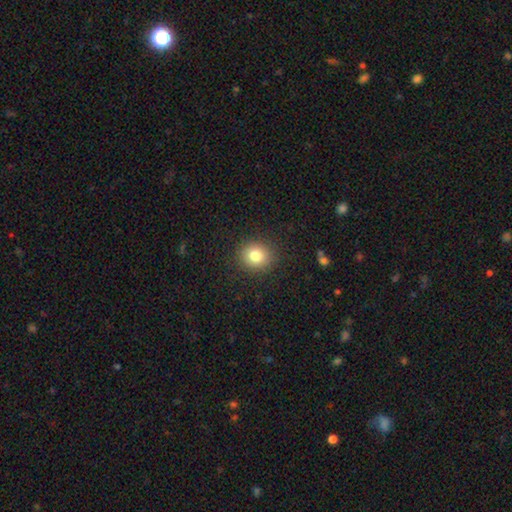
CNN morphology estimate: Q: Smooth or featured?
A: smooth (81%); runner-up: star or artifact (11%)
Q: How rounded?
A: round (83%); runner-up: in between (16%)
Q: Merging?
A: none (90%); runner-up: minor disturbance (7%)